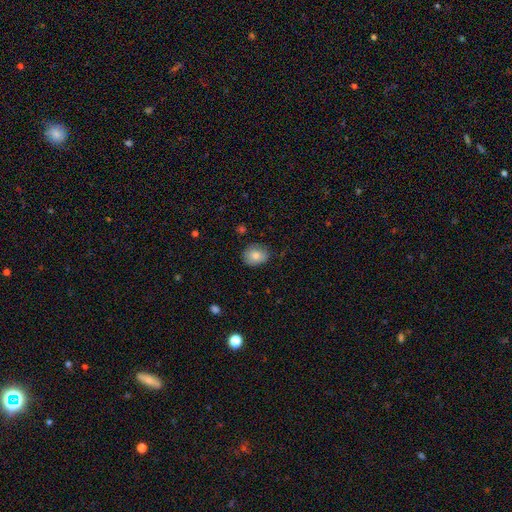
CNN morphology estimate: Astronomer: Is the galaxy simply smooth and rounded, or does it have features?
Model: smooth — 80%.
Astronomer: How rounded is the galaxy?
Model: round — 58% (runner-up: in between, 41%).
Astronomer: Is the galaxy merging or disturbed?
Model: none — 78%.